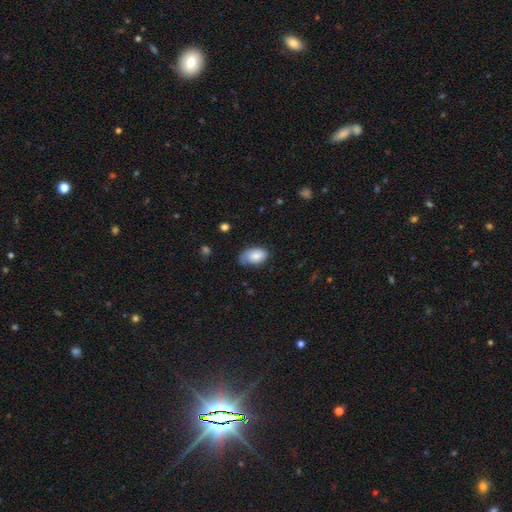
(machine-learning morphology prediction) smooth-or-featured: smooth: 76% | featured or disk: 17% | star or artifact: 7%
  how-rounded: in between: 92% | round: 6% | cigar-shaped: 1%
  merging: none: 52% | minor disturbance: 34% | major disturbance: 12% | merger: 2%